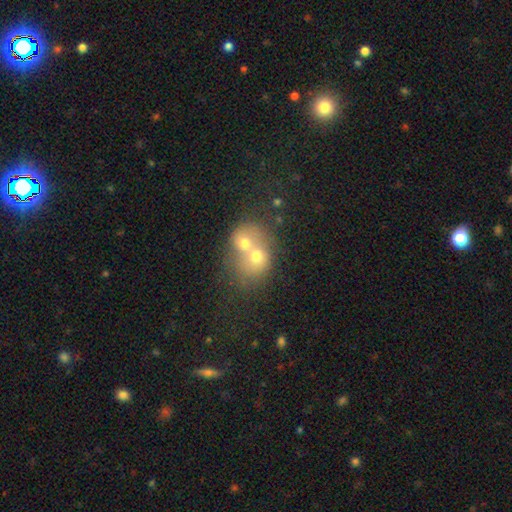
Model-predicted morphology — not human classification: smooth_or_featured: smooth (p=0.60) [alt: featured or disk p=0.27]
how_rounded: round (p=0.61) [alt: in between p=0.38]
merging: merger (p=0.76) [alt: none p=0.15]